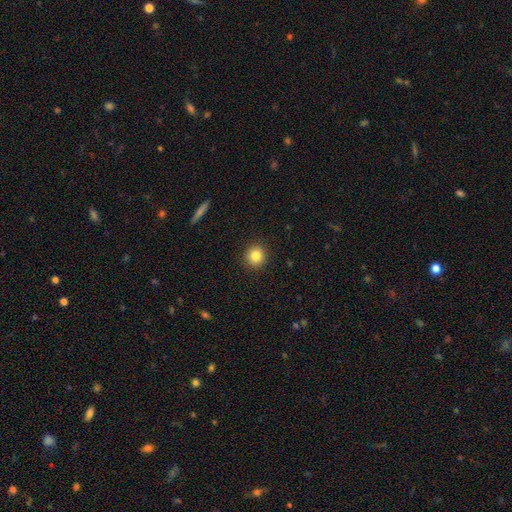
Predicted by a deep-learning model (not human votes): This is clearly a smooth galaxy (83%). How rounded: clearly round (93%). Merging: clearly none (92%).